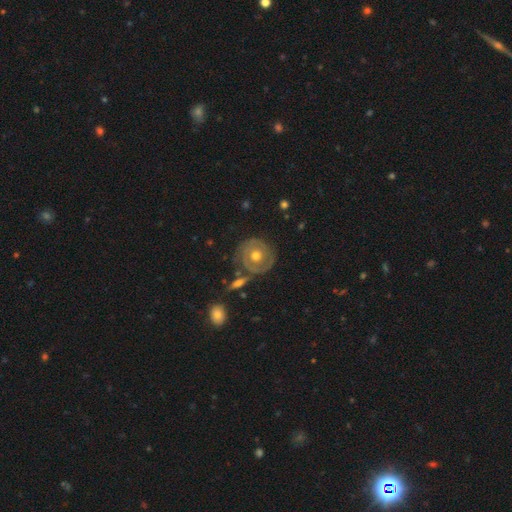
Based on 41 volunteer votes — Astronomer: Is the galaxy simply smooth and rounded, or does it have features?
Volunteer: featured or disk — 83%.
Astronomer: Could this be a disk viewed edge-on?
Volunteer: no — 100%.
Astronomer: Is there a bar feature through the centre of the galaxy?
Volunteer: no — 85%.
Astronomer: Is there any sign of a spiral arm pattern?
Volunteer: yes — 74%.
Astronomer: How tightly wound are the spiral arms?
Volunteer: tight — 64%.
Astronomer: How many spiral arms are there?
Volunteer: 2 — 68%.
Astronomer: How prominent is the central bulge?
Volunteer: moderate — 76%.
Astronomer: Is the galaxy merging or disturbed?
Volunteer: none — 69%.